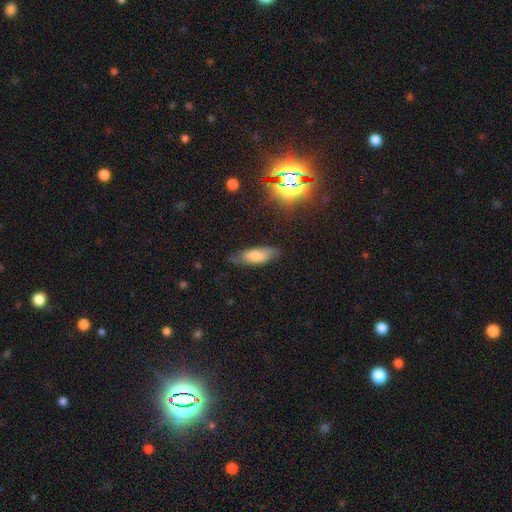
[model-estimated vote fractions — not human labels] smooth 67%, featured or disk 22%, star or artifact 10%. Down the decision tree: how rounded — in between (66%); merging — none (71%).